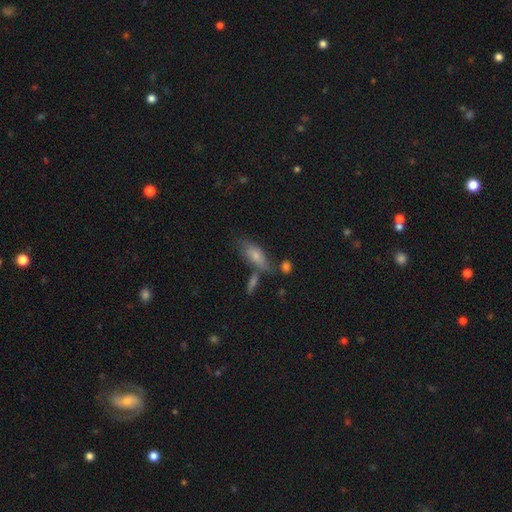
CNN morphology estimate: Smooth or featured? Predicted: smooth (p=0.61). How rounded? Predicted: in between (p=0.64). Merging? Predicted: none (p=0.61).